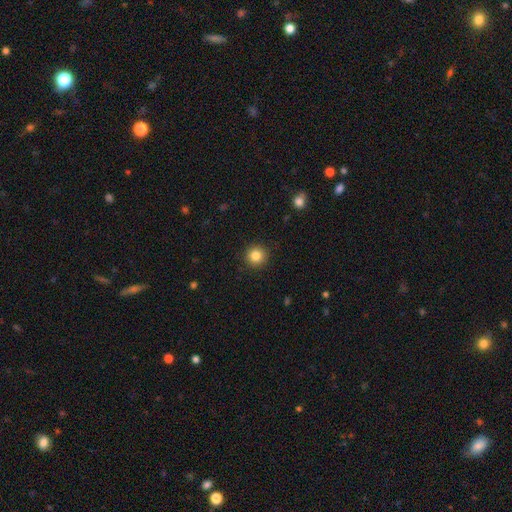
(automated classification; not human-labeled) This is clearly a smooth galaxy (83%). How rounded: clearly round (94%). Merging: clearly none (92%).